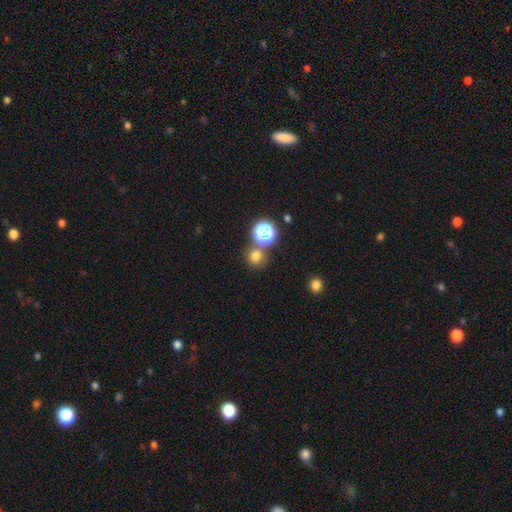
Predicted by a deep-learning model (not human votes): Morphology: type=smooth (73%); roundness=round (89%); merging=none (74%).